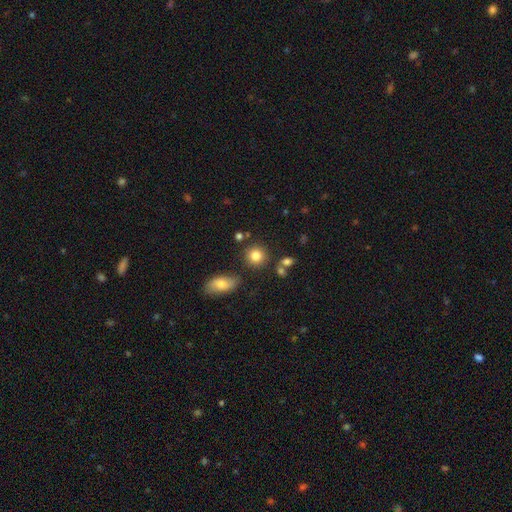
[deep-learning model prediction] Q: Smooth or featured?
A: smooth (83%); runner-up: star or artifact (10%)
Q: How rounded?
A: round (86%); runner-up: in between (12%)
Q: Merging?
A: none (81%); runner-up: minor disturbance (9%)